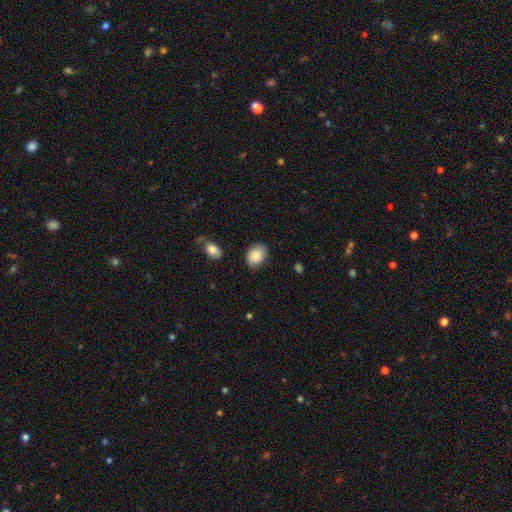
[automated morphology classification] This appears to be a smooth galaxy with no disk features (86%) that is in between round and cigar-shaped (67%). Merging: none (75%).